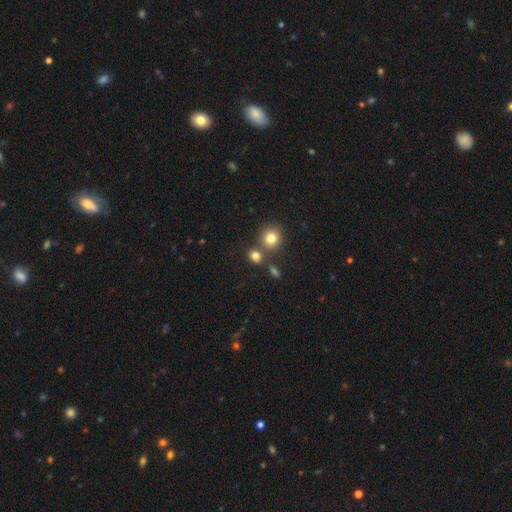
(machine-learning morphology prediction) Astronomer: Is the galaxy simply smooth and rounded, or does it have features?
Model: smooth — 79%.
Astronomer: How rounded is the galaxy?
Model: round — 64%.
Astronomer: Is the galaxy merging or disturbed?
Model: none — 62%.